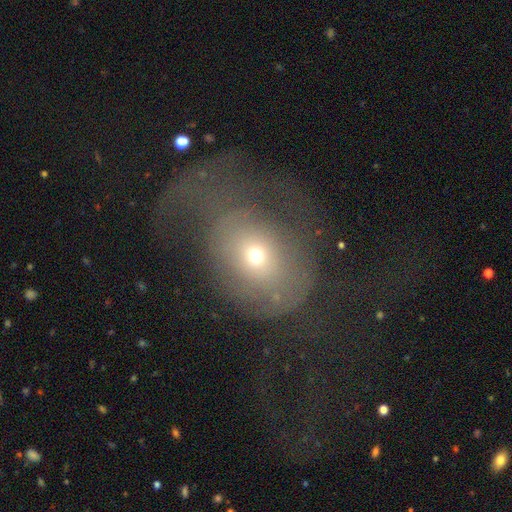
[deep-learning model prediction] Smooth or featured? smooth (50%)
Merging? major disturbance (58%)